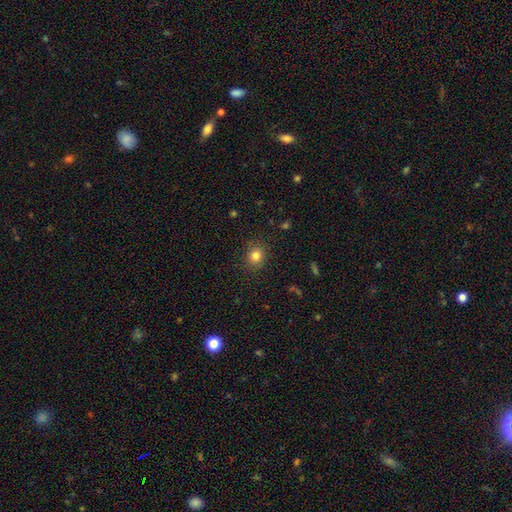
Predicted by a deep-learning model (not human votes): smooth_or_featured: smooth (p=0.82) [alt: star or artifact p=0.12]
how_rounded: round (p=0.77) [alt: in between p=0.23]
merging: none (p=0.87) [alt: minor disturbance p=0.09]